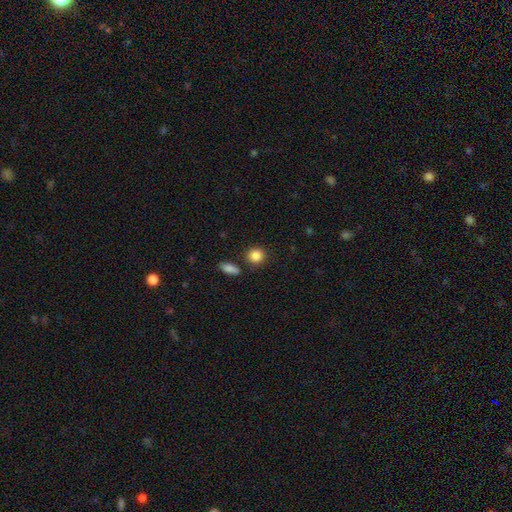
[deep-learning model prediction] This appears to be a smooth galaxy with no disk features (87%) that is round (85%). Merging: none (82%).